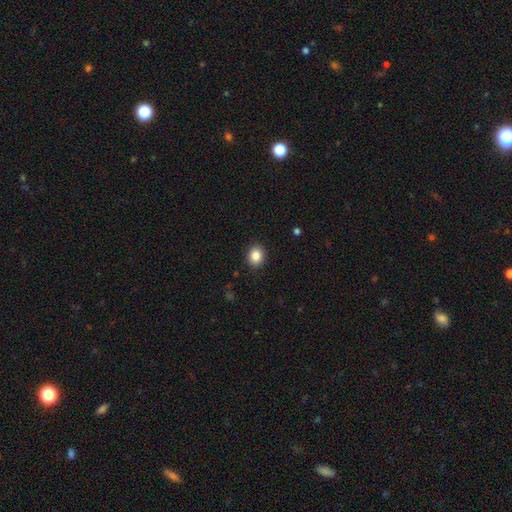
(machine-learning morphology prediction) Smooth or featured? smooth (86%)
How rounded? round (66%)
Merging? none (91%)